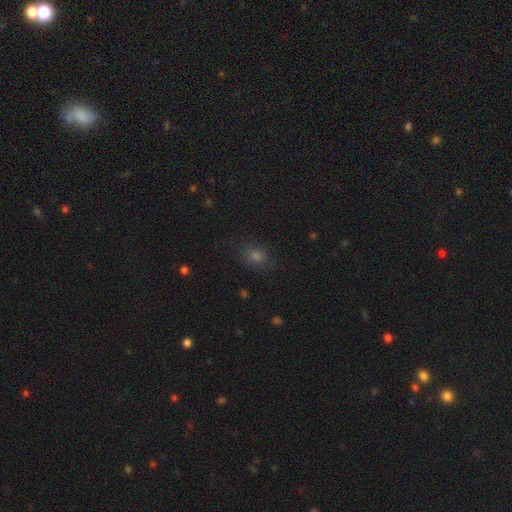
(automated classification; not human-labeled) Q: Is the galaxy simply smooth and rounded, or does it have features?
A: smooth — 68%.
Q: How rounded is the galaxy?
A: in between — 57%.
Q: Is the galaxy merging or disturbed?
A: none — 84%.